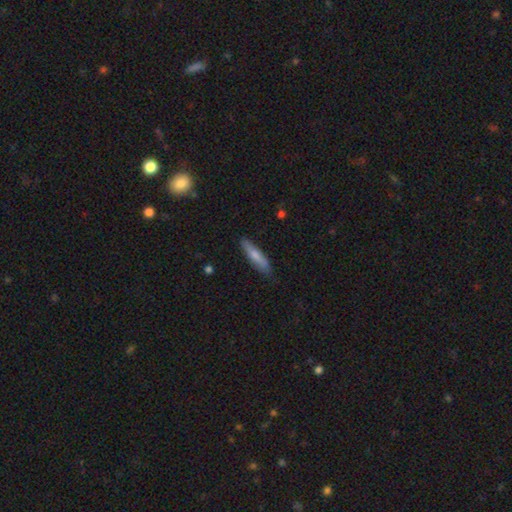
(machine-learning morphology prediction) Overall: smooth (69%). How rounded: cigar-shaped (81%). Merging: none (83%).